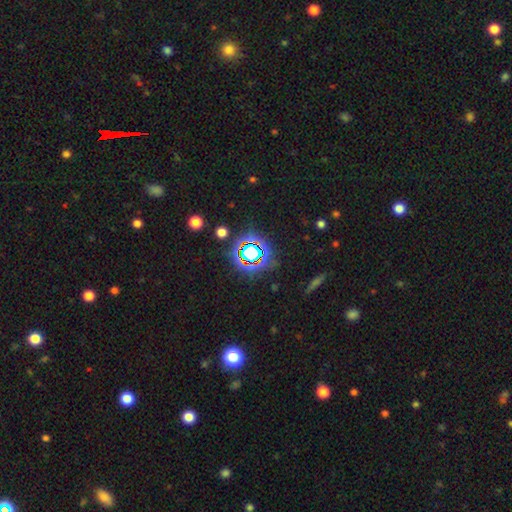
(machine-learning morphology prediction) star or artifact 74%, smooth 16%, featured or disk 10%.